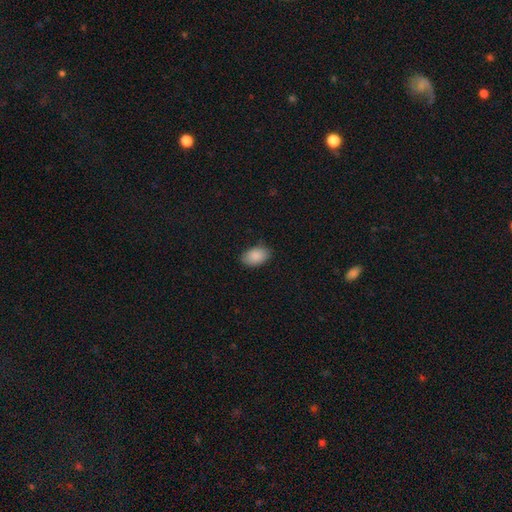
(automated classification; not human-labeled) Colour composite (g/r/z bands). It shows a smooth galaxy with no disk features (90%) that is in between round and cigar-shaped (91%). Merging: none (84%).